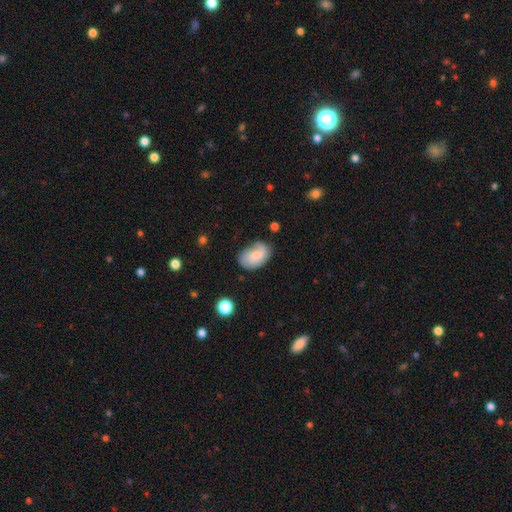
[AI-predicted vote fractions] The model was most divided on "smooth or featured": smooth: 53%, featured or disk: 39%, star or artifact: 8%. More confident: how rounded — in between (84%); merging — none (59%).